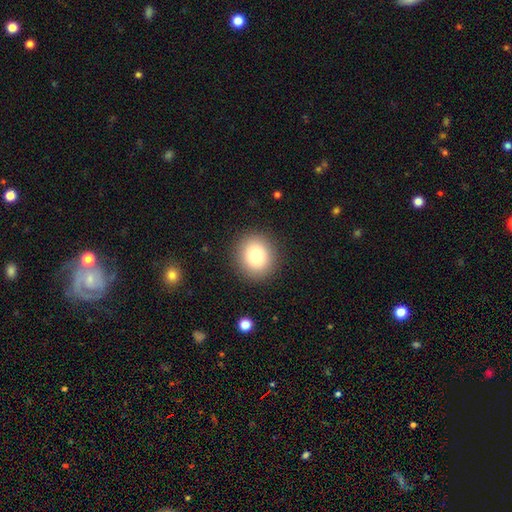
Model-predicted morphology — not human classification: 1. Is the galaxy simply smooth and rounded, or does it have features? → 80% smooth, 10% star or artifact, 9% featured or disk.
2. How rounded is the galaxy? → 84% round, 15% in between, 1% cigar-shaped.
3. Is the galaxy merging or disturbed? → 90% none, 6% minor disturbance, 3% major disturbance, 1% merger.